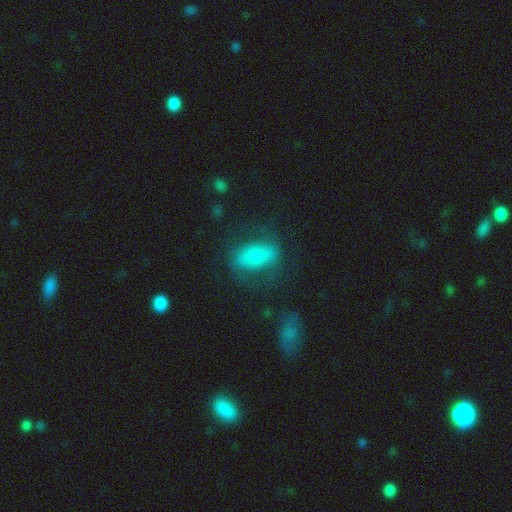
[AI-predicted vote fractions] Smooth or featured: smooth — 51% (featured or disk — 40%)
How rounded: in between — 83% (round — 12%)
Merging: none — 65% (minor disturbance — 18%)